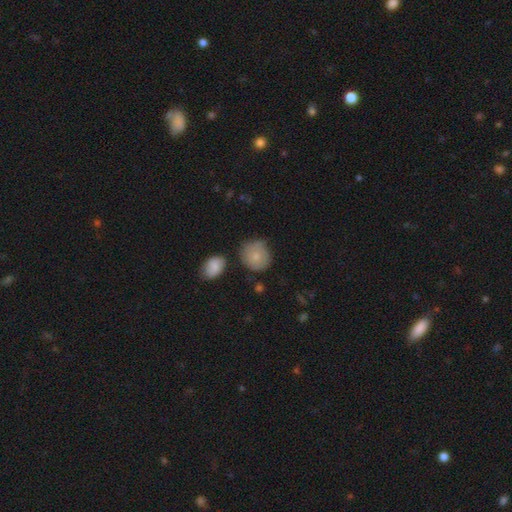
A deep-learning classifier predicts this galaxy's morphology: The model was most divided on "merging": none: 60%, minor disturbance: 28%, major disturbance: 7%, merger: 5%. More confident: how rounded — round (85%); smooth or featured — smooth (78%).